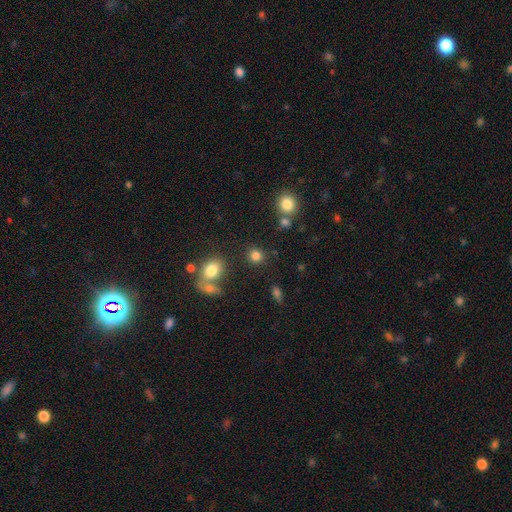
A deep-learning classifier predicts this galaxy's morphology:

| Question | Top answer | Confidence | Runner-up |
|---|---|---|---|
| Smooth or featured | smooth | 82% | star or artifact (13%) |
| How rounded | round | 81% | in between (18%) |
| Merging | none | 78% | merger (10%) |